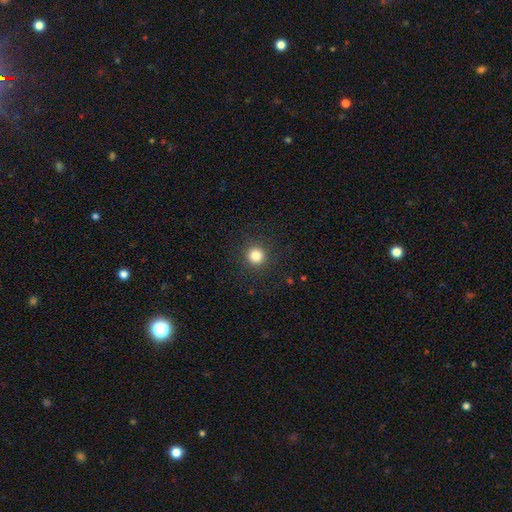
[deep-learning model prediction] Morphology: type=smooth (82%); roundness=round (95%); merging=none (91%).